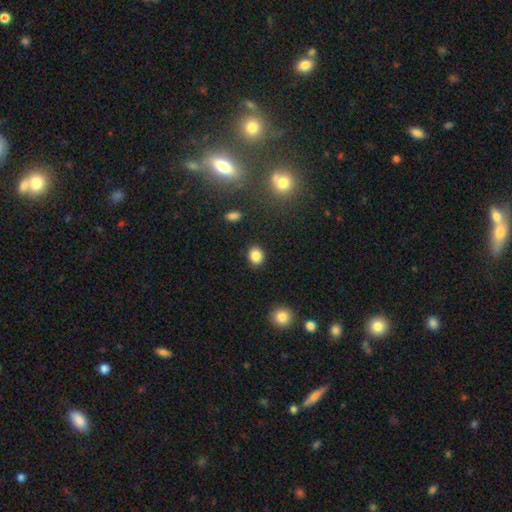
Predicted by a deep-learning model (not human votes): smooth_or_featured: smooth (p=0.86) [alt: star or artifact p=0.10]
how_rounded: round (p=0.64) [alt: in between p=0.35]
merging: none (p=0.88) [alt: minor disturbance p=0.08]